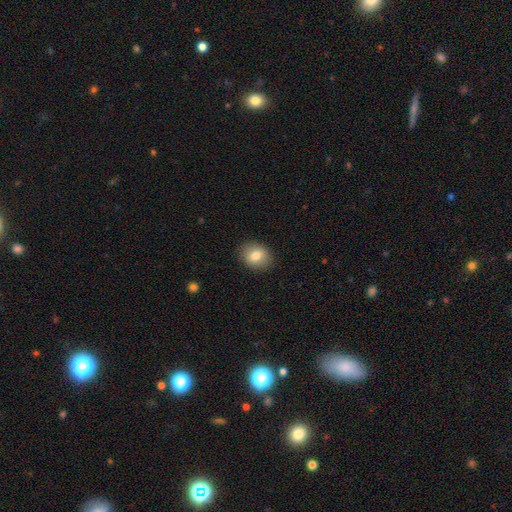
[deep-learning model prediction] Morphology: type=smooth (80%); roundness=in between (53%); merging=none (89%).